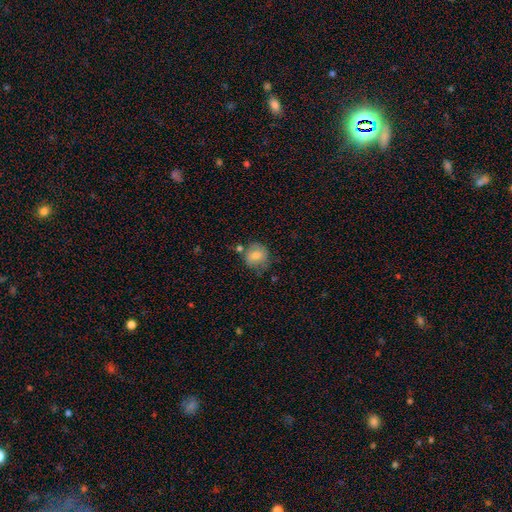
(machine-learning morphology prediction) type=smooth (75%); roundness=round (84%); merging=none (65%).